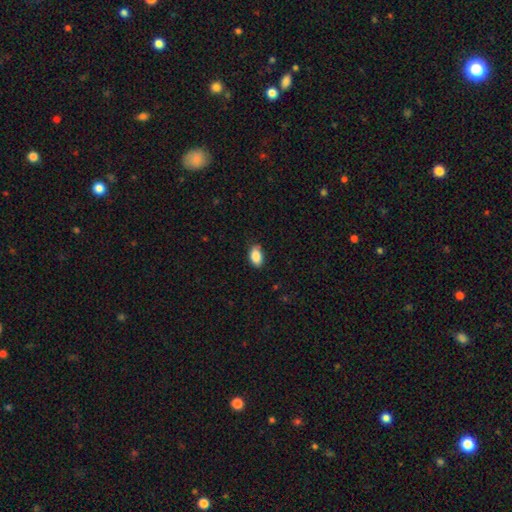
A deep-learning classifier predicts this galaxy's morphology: A smooth galaxy with no disk features (88%) that is in between round and cigar-shaped (92%).

Vote fractions:
- Smooth or featured? smooth: 88% / star or artifact: 7% / featured or disk: 5%
- How rounded? in between: 92% / round: 6% / cigar-shaped: 2%
- Merging? none: 82% / minor disturbance: 15% / major disturbance: 2% / merger: 1%